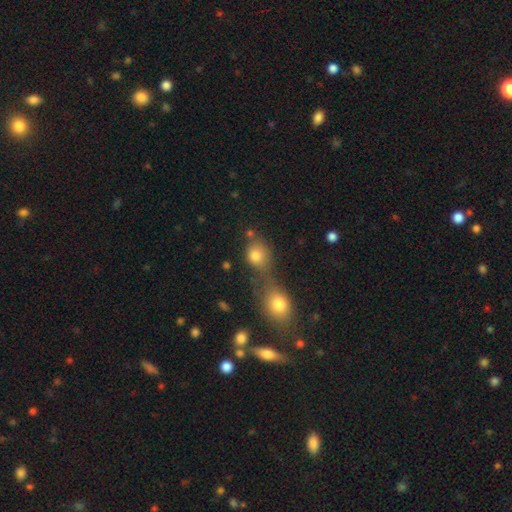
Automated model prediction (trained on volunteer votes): Smooth or featured? smooth (79%)
How rounded? round (67%)
Merging? merger (51%)